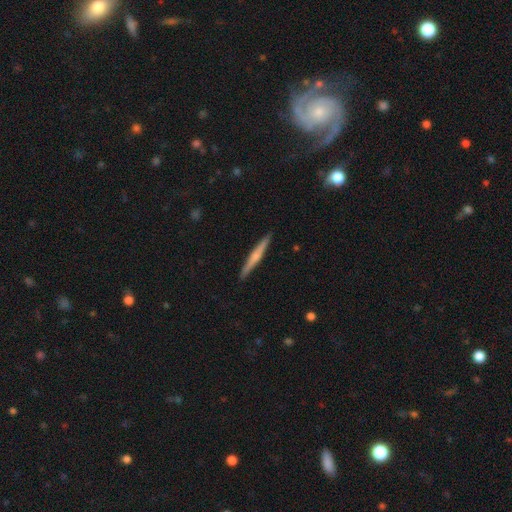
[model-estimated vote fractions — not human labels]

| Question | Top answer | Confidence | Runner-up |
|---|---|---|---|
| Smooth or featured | featured or disk | 50% | smooth (44%) |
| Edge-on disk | yes | 97% | no (3%) |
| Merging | none | 92% | minor disturbance (6%) |